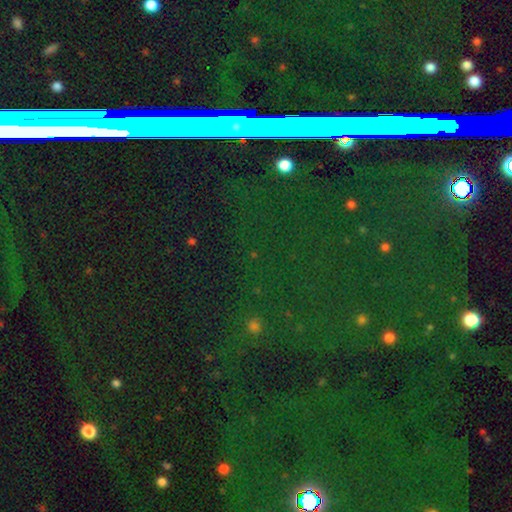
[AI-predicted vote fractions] A star or artifact, not a galaxy (81%).

Vote fractions:
- Smooth or featured? star or artifact: 81% / smooth: 11% / featured or disk: 9%